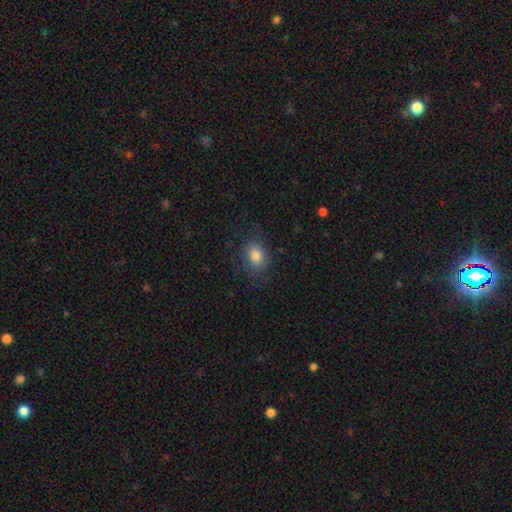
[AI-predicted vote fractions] This appears to be a smooth galaxy with no disk features (76%) that is in between round and cigar-shaped (63%). Merging: none (71%).